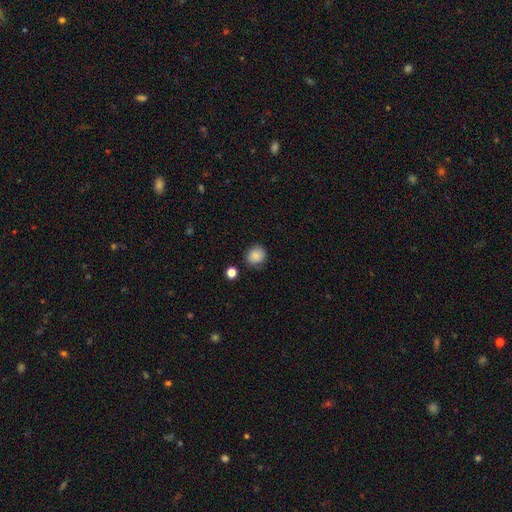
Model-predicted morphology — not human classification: Smooth or featured? Predicted: smooth (p=0.86). How rounded? Predicted: round (p=0.82). Merging? Predicted: none (p=0.82).